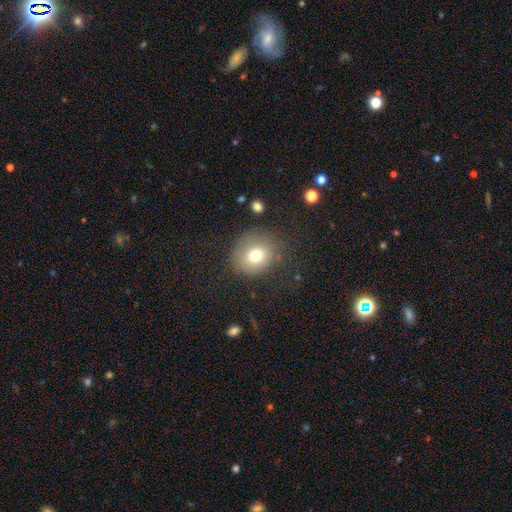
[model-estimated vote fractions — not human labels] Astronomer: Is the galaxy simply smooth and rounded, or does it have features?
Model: smooth — 74%.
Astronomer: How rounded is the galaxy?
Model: round — 74%.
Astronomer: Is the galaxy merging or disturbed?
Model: none — 72%.